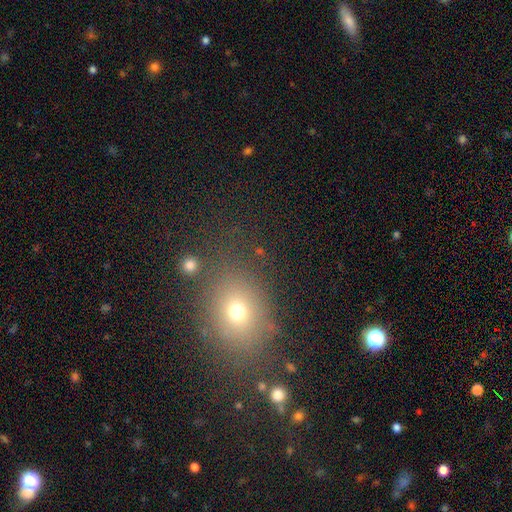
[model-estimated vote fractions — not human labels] Q: Smooth or featured?
A: smooth (61%); runner-up: star or artifact (29%)
Q: How rounded?
A: in between (50%); runner-up: round (48%)
Q: Merging?
A: none (83%); runner-up: minor disturbance (9%)